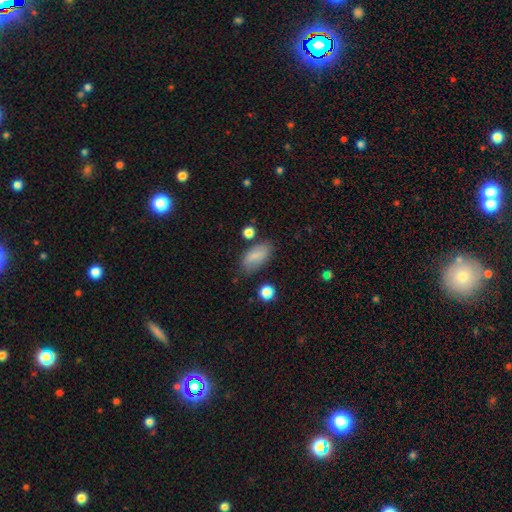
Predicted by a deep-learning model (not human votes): A smooth galaxy with no disk features (78%) that is in between round and cigar-shaped (91%). Merging: none (73%).